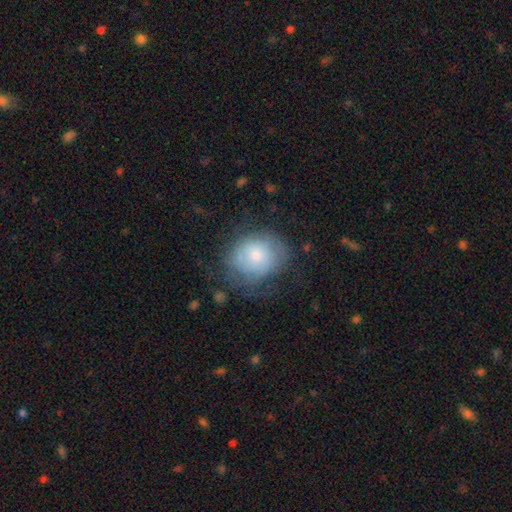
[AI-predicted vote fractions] Smooth or featured? smooth (57%)
How rounded? round (64%)
Merging? none (48%)